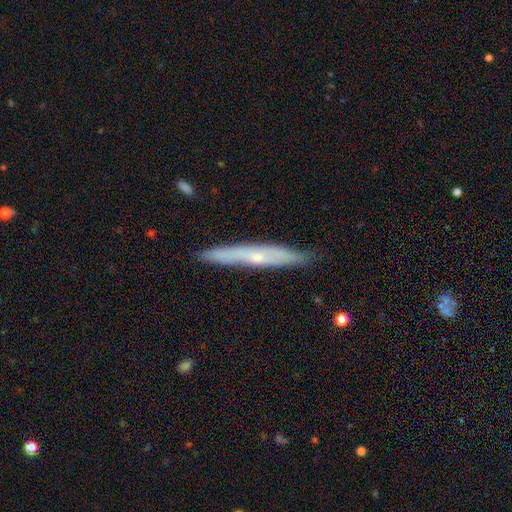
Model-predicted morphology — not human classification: A featured or disk galaxy (52%) viewed edge-on (85%).

Vote fractions:
- Smooth or featured? featured or disk: 52% / smooth: 41% / star or artifact: 7%
- Edge-on disk? yes: 85% / no: 15%
- Merging? none: 84% / minor disturbance: 13% / major disturbance: 2% / merger: 1%